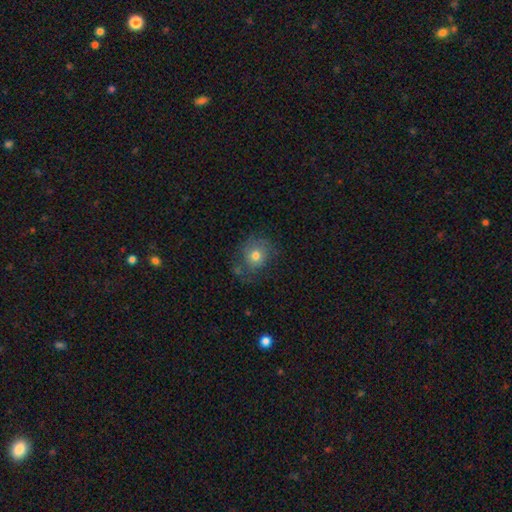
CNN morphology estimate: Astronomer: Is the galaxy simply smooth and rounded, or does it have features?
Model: smooth — 71%.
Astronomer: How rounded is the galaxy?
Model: round — 77%.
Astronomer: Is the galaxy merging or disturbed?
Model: none — 59%.